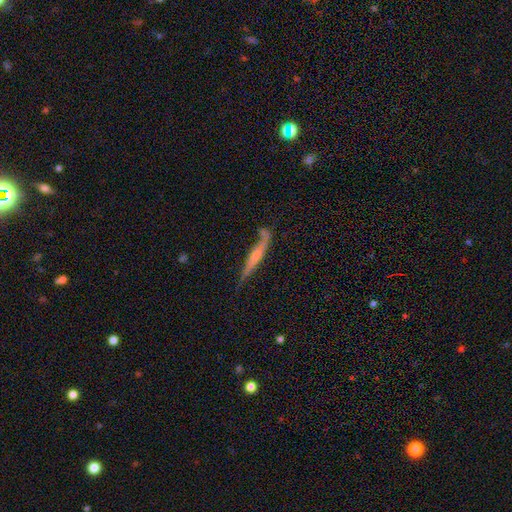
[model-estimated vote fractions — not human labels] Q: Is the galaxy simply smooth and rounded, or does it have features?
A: featured or disk — 51%.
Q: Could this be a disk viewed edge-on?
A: yes — 87%.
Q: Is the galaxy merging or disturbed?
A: none — 55%.